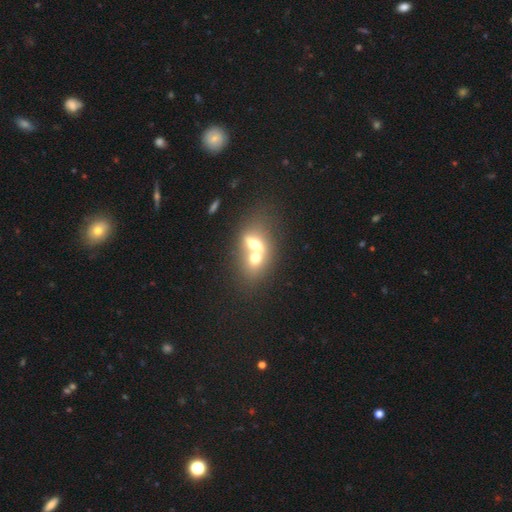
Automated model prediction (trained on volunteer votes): Overall: smooth (54%; featured or disk 33%). How rounded: in between (61%; round 35%). Merging: merger (75%).